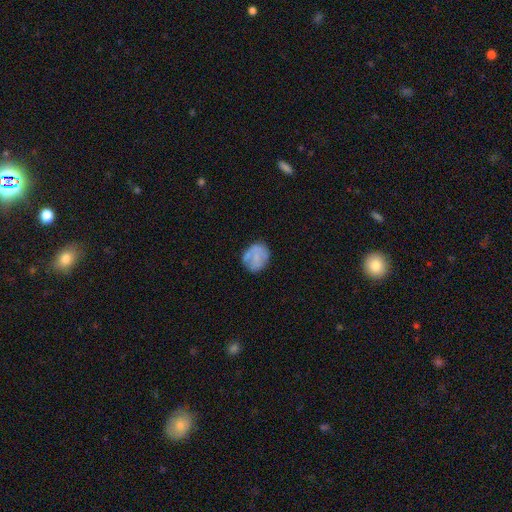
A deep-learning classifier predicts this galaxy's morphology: smooth-or-featured: smooth: 61% | featured or disk: 30% | star or artifact: 9%
  how-rounded: round: 63% | in between: 35% | cigar-shaped: 1%
  merging: none: 61% | minor disturbance: 24% | major disturbance: 11% | merger: 4%